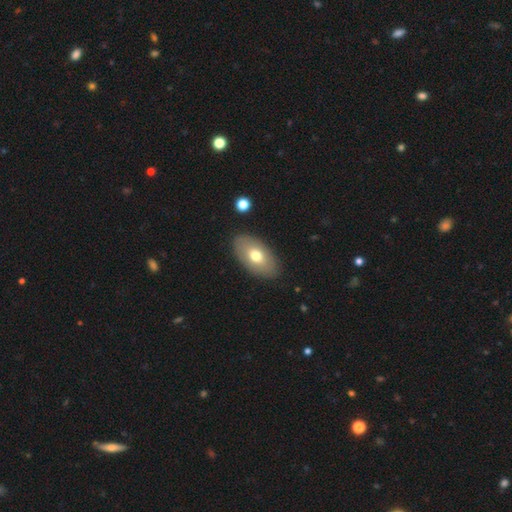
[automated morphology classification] Overall: smooth (67%; featured or disk 27%). How rounded: in between (93%). Merging: none (87%).